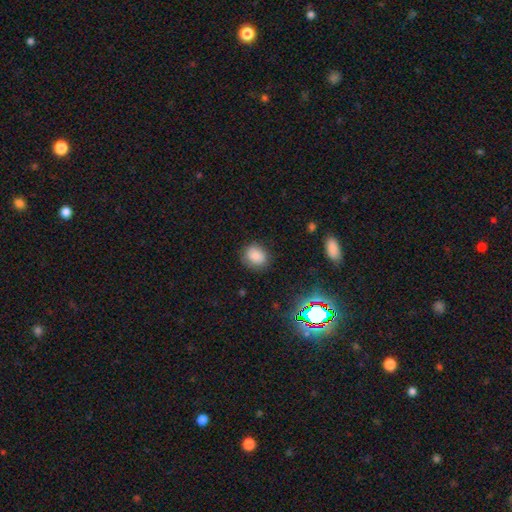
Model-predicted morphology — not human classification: smooth-or-featured: smooth: 84% | star or artifact: 12% | featured or disk: 5%
  how-rounded: round: 66% | in between: 33% | cigar-shaped: 1%
  merging: none: 81% | minor disturbance: 14% | major disturbance: 4% | merger: 1%